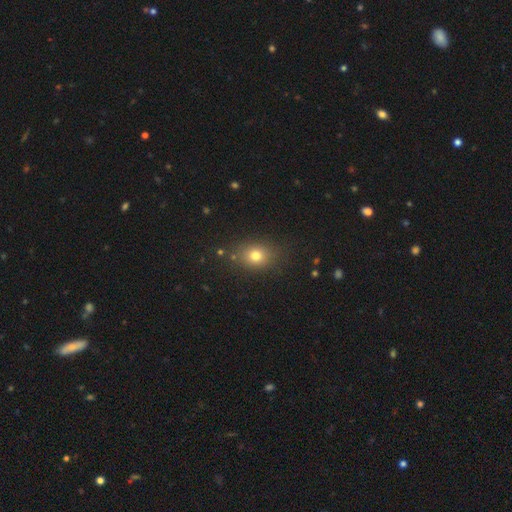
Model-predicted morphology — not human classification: Smooth or featured? Predicted: smooth (p=0.76). How rounded? Predicted: in between (p=0.52). Merging? Predicted: none (p=0.81).